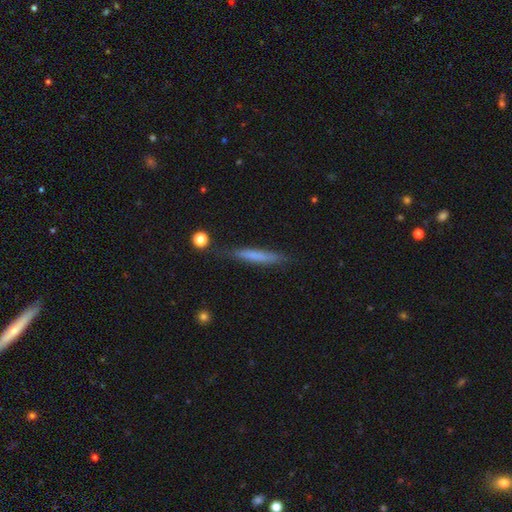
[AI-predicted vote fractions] Smooth or featured? smooth (64%)
How rounded? cigar-shaped (94%)
Merging? none (81%)